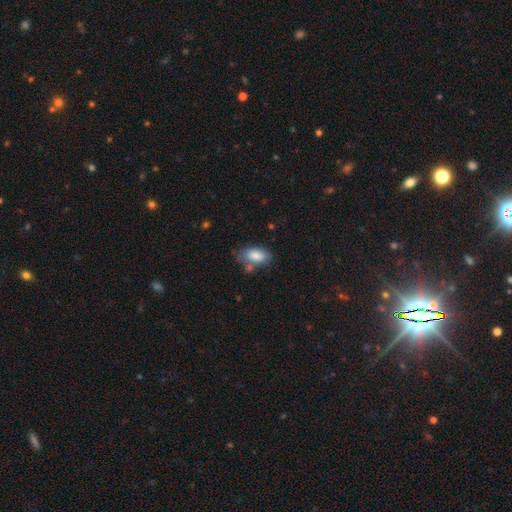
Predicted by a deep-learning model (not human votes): The model was most divided on "merging": none: 59%, minor disturbance: 22%, merger: 12%, major disturbance: 7%. More confident: how rounded — in between (92%); smooth or featured — smooth (84%).